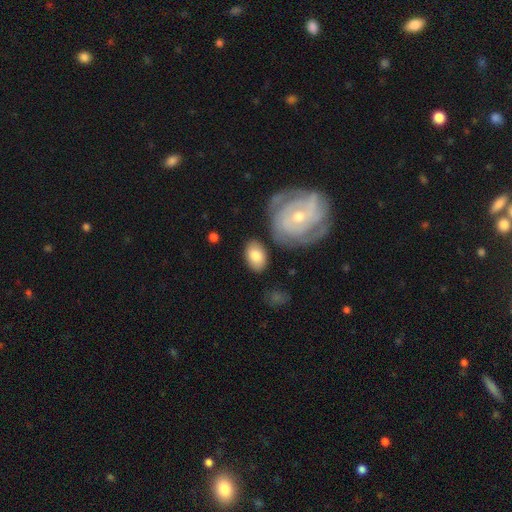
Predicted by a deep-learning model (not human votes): smooth-or-featured: smooth: 76% | featured or disk: 19% | star or artifact: 5%
  how-rounded: in between: 88% | round: 11% | cigar-shaped: 1%
  merging: none: 76% | minor disturbance: 14% | merger: 6% | major disturbance: 4%